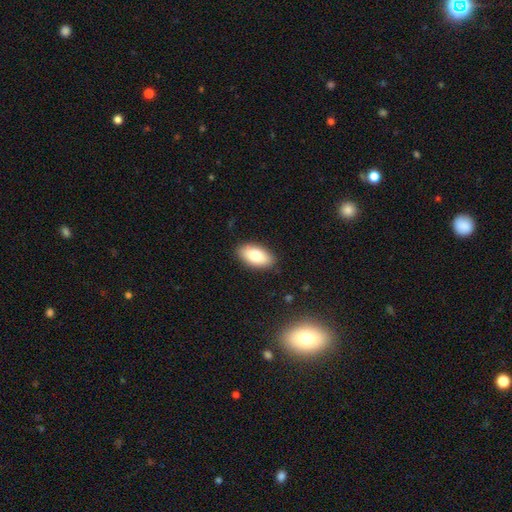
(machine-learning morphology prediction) Smooth or featured: smooth — 81% (featured or disk — 13%)
How rounded: in between — 93% (cigar-shaped — 3%)
Merging: none — 88% (minor disturbance — 9%)